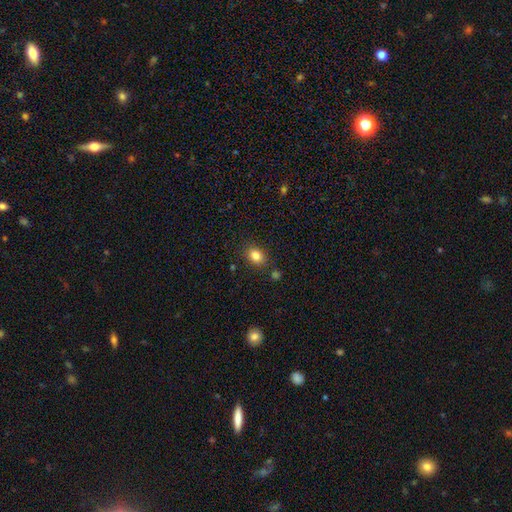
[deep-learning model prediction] This appears to be a smooth galaxy with no disk features (83%) that is in between round and cigar-shaped (61%). Merging: none (83%).